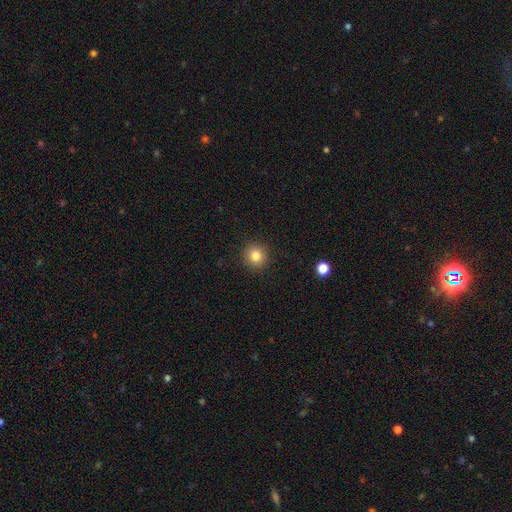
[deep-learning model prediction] Morphology: type=smooth (82%); roundness=round (92%); merging=none (92%).